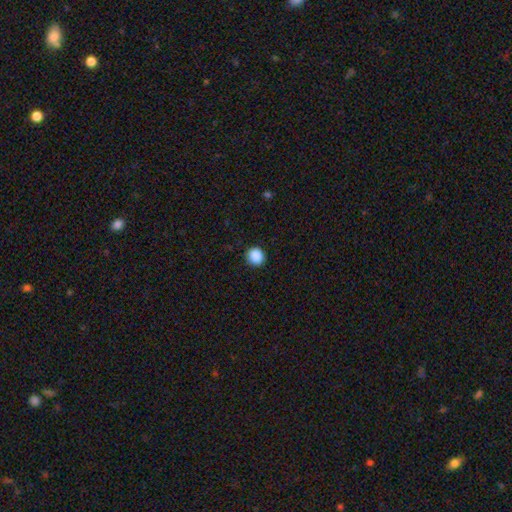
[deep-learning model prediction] A smooth galaxy with no disk features (89%) that is round (89%). Merging: none (91%).